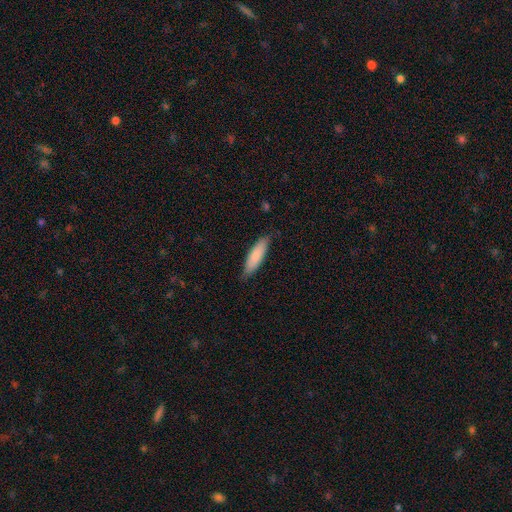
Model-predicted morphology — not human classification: Smooth or featured? smooth (84%)
How rounded? cigar-shaped (64%)
Merging? none (81%)